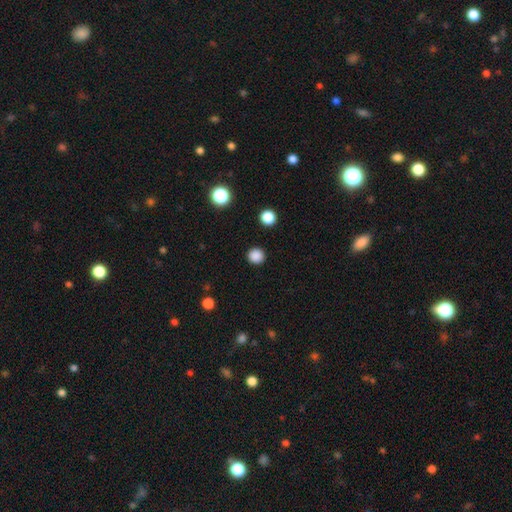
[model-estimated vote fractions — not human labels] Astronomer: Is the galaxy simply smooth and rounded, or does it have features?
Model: smooth — 86%.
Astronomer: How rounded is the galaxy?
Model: round — 93%.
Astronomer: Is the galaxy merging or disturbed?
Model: none — 92%.